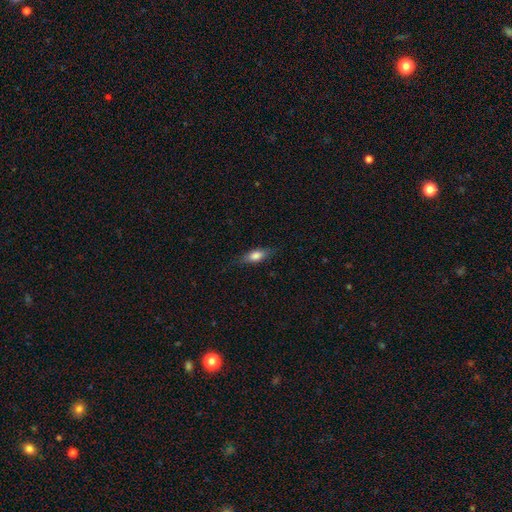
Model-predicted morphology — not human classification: Smooth or featured? Predicted: smooth (p=0.73). How rounded? Predicted: in between (p=0.68). Merging? Predicted: none (p=0.79).